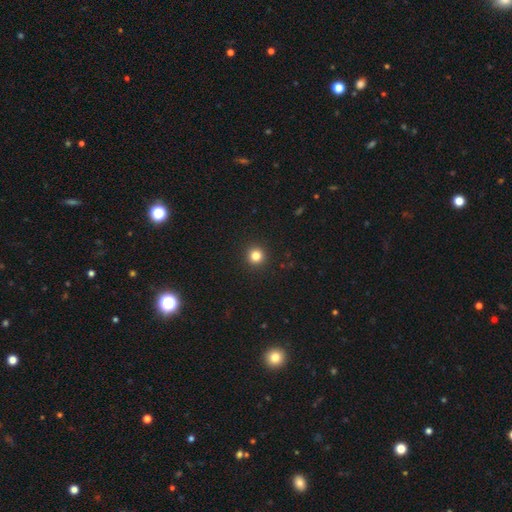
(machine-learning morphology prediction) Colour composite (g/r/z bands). It shows a smooth galaxy with no disk features (82%) that is round (96%). Merging: none (93%).